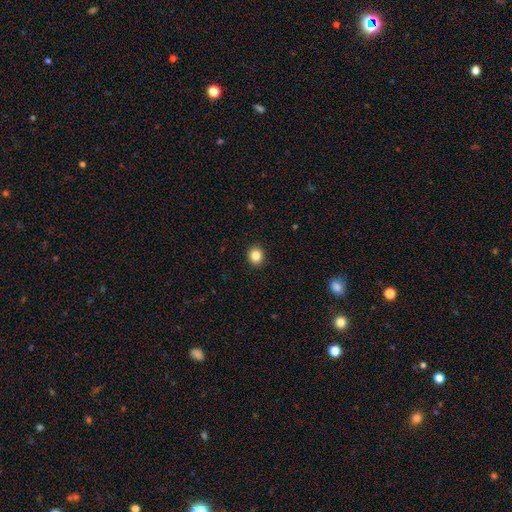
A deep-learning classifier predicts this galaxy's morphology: A smooth galaxy with no disk features (84%) that is round (82%).

Vote fractions:
- Smooth or featured? smooth: 84% / star or artifact: 11% / featured or disk: 5%
- How rounded? round: 82% / in between: 17% / cigar-shaped: 1%
- Merging? none: 92% / minor disturbance: 5% / major disturbance: 2% / merger: 1%